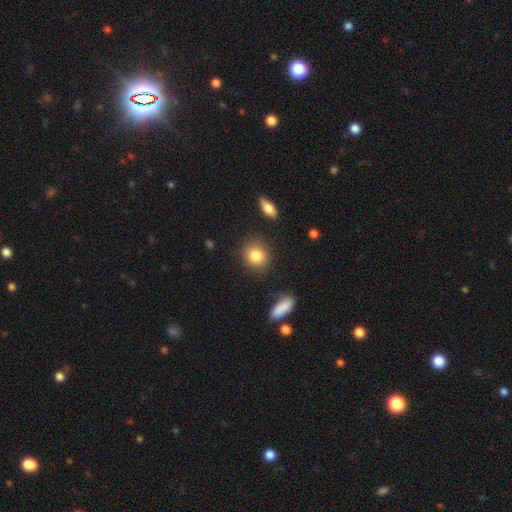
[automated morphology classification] Smooth or featured? smooth (85%)
How rounded? round (78%)
Merging? none (86%)